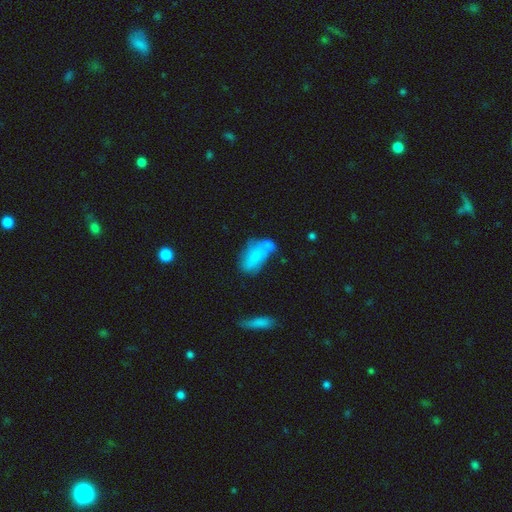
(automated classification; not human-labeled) smooth_or_featured: smooth (p=0.70) [alt: featured or disk p=0.22]
how_rounded: in between (p=0.87) [alt: cigar-shaped p=0.08]
merging: merger (p=0.36) [alt: none p=0.31]